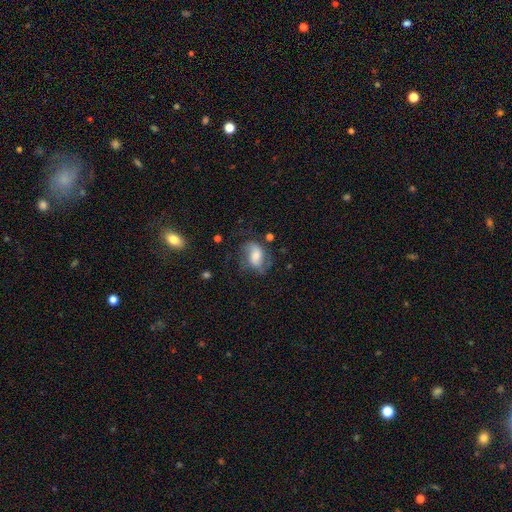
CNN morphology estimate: Q: Smooth or featured?
A: featured or disk (50%); runner-up: smooth (41%)
Q: Edge-on disk?
A: no (95%); runner-up: yes (5%)
Q: Merging?
A: none (48%); runner-up: minor disturbance (25%)